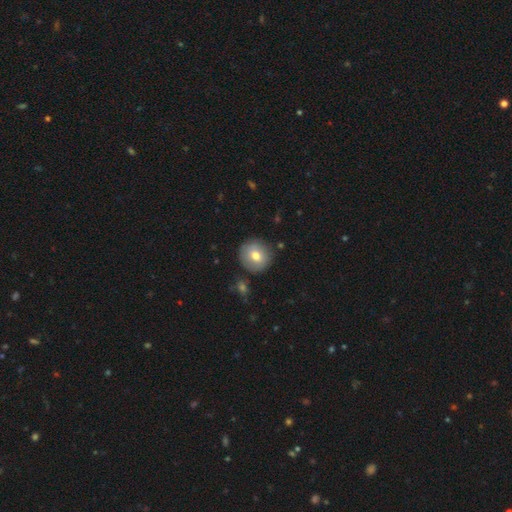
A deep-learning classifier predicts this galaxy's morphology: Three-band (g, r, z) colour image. It shows a smooth galaxy with no disk features (73%) that is round (92%). Merging: none (86%).